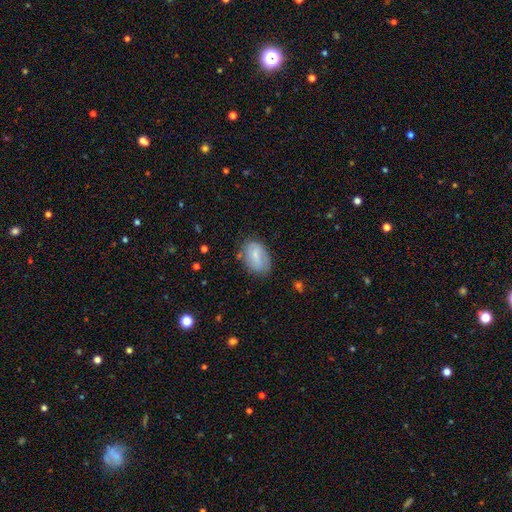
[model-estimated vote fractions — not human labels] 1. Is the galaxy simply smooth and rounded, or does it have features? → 67% smooth, 25% featured or disk, 7% star or artifact.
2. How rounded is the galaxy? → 86% in between, 12% round, 2% cigar-shaped.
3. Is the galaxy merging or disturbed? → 70% none, 22% minor disturbance, 6% major disturbance, 2% merger.